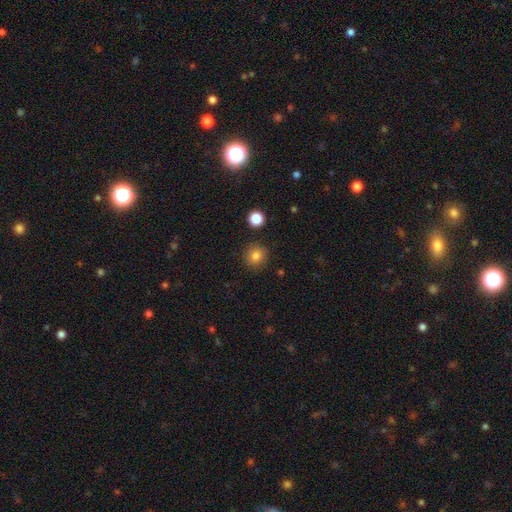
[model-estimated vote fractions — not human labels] Morphology: type=smooth (82%); roundness=round (91%); merging=none (89%).